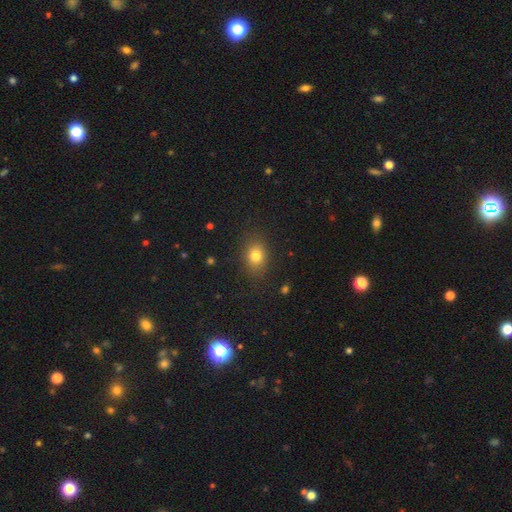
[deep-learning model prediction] A smooth galaxy with no disk features (80%) that is in between round and cigar-shaped (52%).

Vote fractions:
- Smooth or featured? smooth: 80% / star or artifact: 12% / featured or disk: 8%
- How rounded? in between: 52% / round: 47% / cigar-shaped: 1%
- Merging? none: 85% / minor disturbance: 10% / major disturbance: 4% / merger: 1%